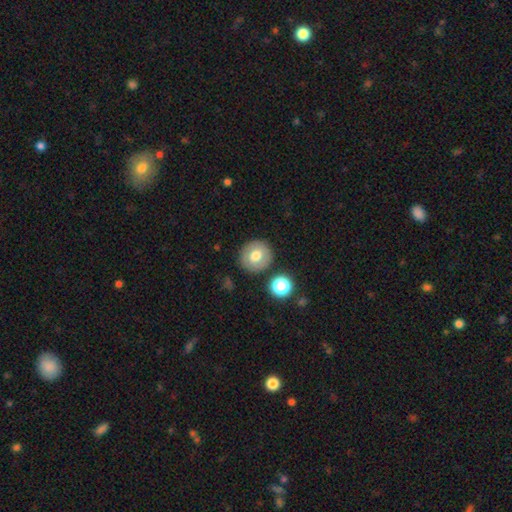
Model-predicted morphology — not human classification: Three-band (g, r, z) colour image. It shows a smooth galaxy with no disk features (68%) that is round (87%). Merging: none (85%).